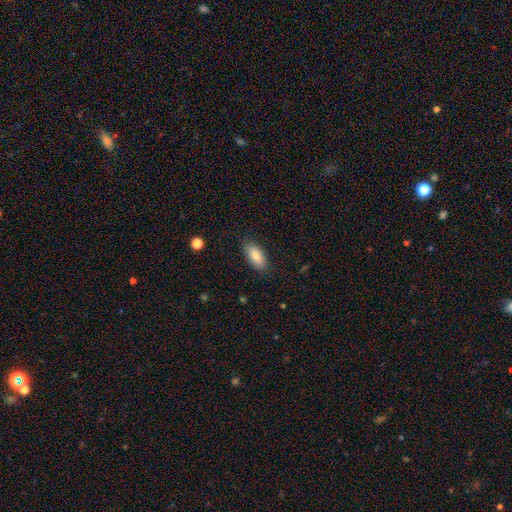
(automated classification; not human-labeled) A smooth galaxy with no disk features (84%) that is in between round and cigar-shaped (89%). Merging: none (83%).